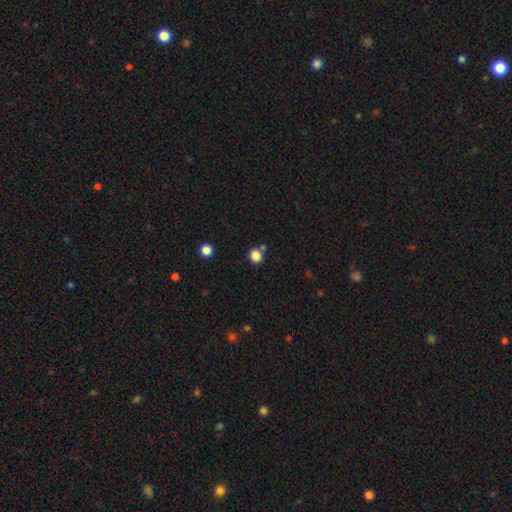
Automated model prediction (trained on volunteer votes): smooth-or-featured: smooth: 84% | star or artifact: 12% | featured or disk: 4%
  how-rounded: round: 84% | in between: 15% | cigar-shaped: 1%
  merging: none: 72% | merger: 15% | minor disturbance: 10% | major disturbance: 3%